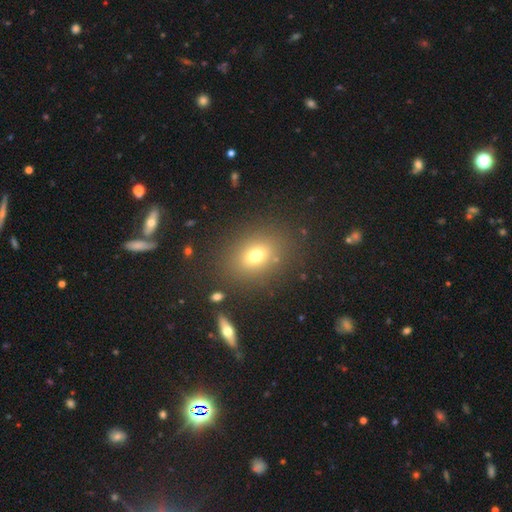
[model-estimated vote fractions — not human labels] The model was most divided on "how rounded": in between: 62%, round: 36%, cigar-shaped: 2%. More confident: merging — none (83%); smooth or featured — smooth (70%).